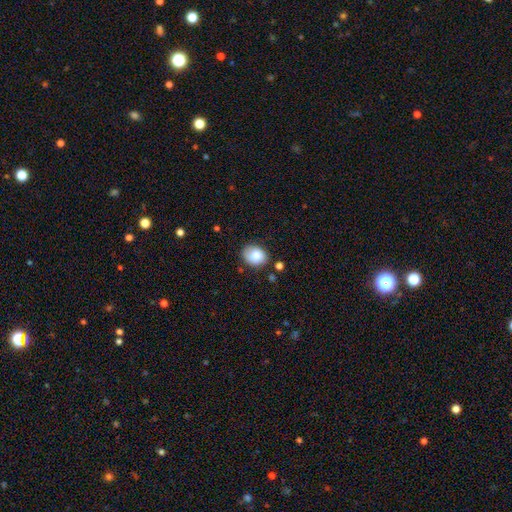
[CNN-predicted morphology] A smooth galaxy with no disk features (85%) that is in between round and cigar-shaped (55%).

Vote fractions:
- Smooth or featured? smooth: 85% / star or artifact: 8% / featured or disk: 7%
- How rounded? in between: 55% / round: 44% / cigar-shaped: 1%
- Merging? none: 76% / minor disturbance: 17% / major disturbance: 4% / merger: 3%